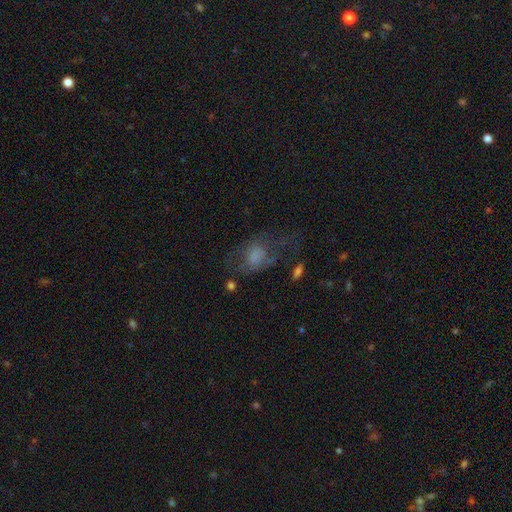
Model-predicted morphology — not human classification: Q: Smooth or featured?
A: smooth (53%); runner-up: featured or disk (34%)
Q: How rounded?
A: in between (66%); runner-up: round (32%)
Q: Merging?
A: major disturbance (41%); runner-up: none (34%)